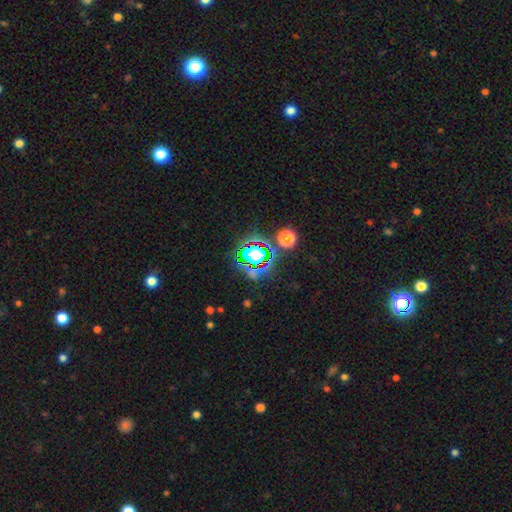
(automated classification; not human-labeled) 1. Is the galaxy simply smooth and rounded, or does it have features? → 66% star or artifact, 23% smooth, 11% featured or disk.